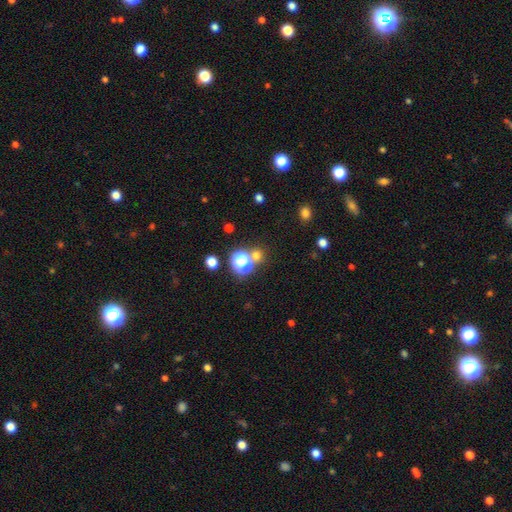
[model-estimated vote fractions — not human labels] A smooth galaxy with no disk features (63%) that is round (88%).

Vote fractions:
- Smooth or featured? smooth: 63% / star or artifact: 30% / featured or disk: 7%
- How rounded? round: 88% / in between: 11% / cigar-shaped: 1%
- Merging? none: 69% / merger: 20% / minor disturbance: 8% / major disturbance: 4%